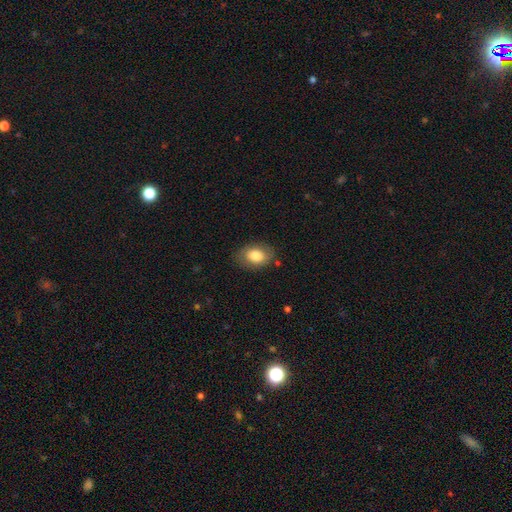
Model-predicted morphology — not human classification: This appears to be a smooth galaxy with no disk features (80%) that is in between round and cigar-shaped (77%). Merging: none (82%).